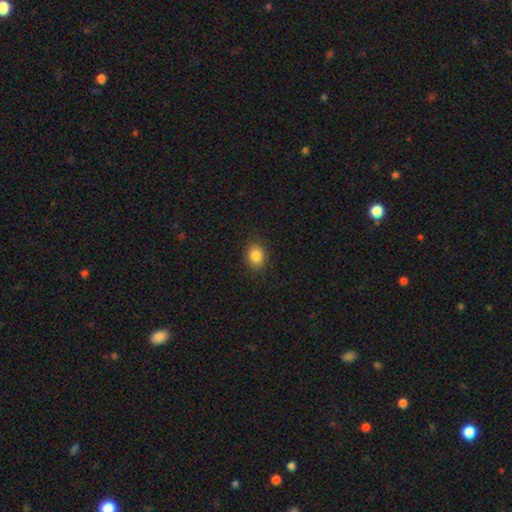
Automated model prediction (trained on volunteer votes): A smooth galaxy with no disk features (85%) that is in between round and cigar-shaped (54%). Merging: none (87%).